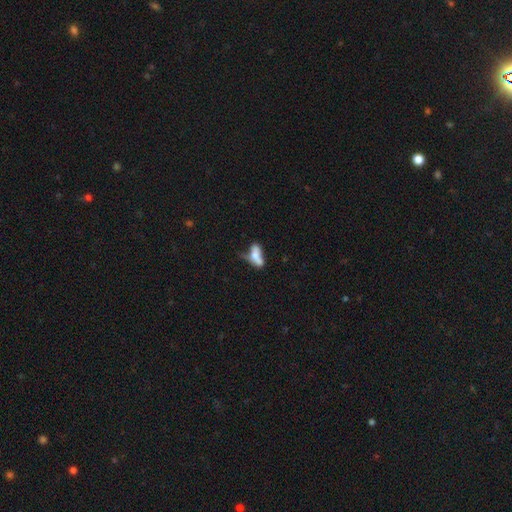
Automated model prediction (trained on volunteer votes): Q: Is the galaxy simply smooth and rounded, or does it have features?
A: smooth — 58%.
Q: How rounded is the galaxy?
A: in between — 71%.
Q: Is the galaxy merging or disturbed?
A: merger — 27%.